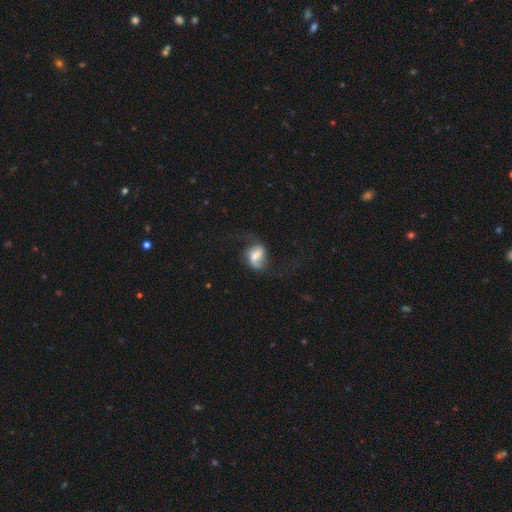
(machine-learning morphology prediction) This appears to be a featured or disk galaxy (54%) with a weak bar (45%), spiral arms (82%) and a moderate central bulge (40%). Merging: none (43%).